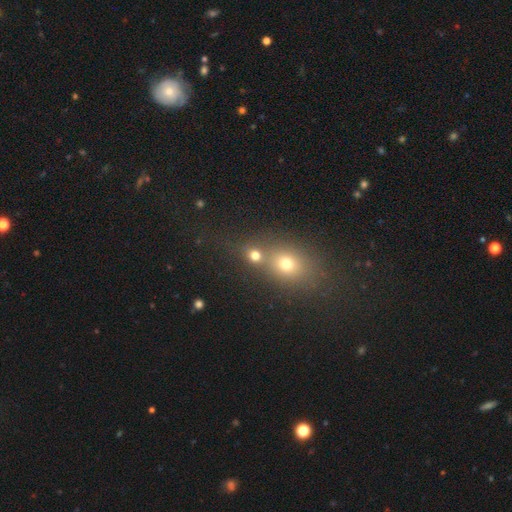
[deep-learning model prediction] A smooth galaxy with no disk features (64%) that is round (65%). Merging: none (48%).